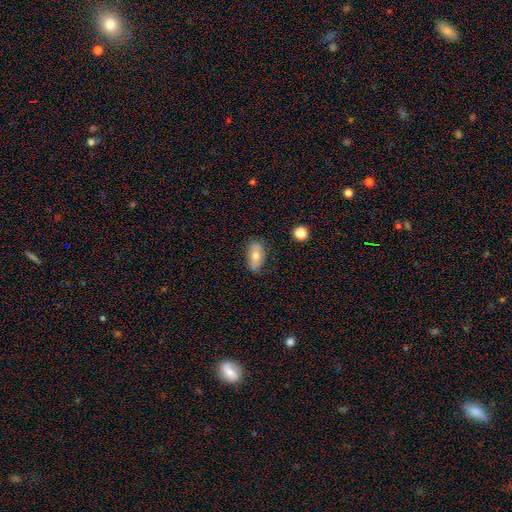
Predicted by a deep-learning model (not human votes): This appears to be a smooth galaxy with no disk features (66%) that is in between round and cigar-shaped (89%). Merging: none (76%).